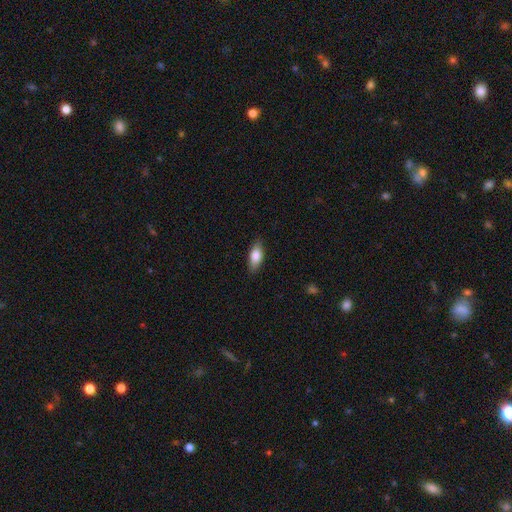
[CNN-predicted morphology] Q: Smooth or featured?
A: smooth (80%); runner-up: featured or disk (14%)
Q: How rounded?
A: in between (83%); runner-up: cigar-shaped (14%)
Q: Merging?
A: none (86%); runner-up: minor disturbance (10%)